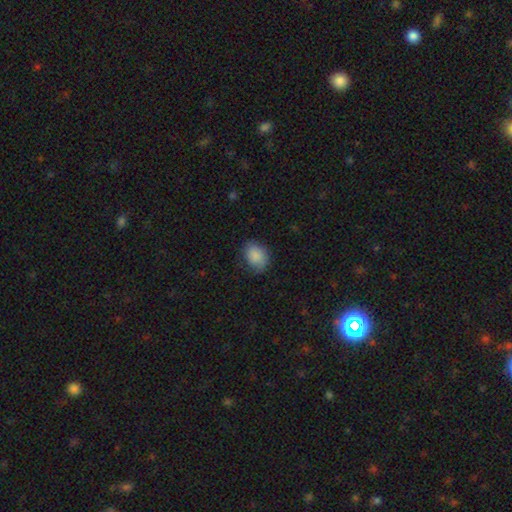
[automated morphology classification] Smooth or featured: smooth — 84% (featured or disk — 9%)
How rounded: in between — 63% (round — 37%)
Merging: none — 72% (minor disturbance — 22%)